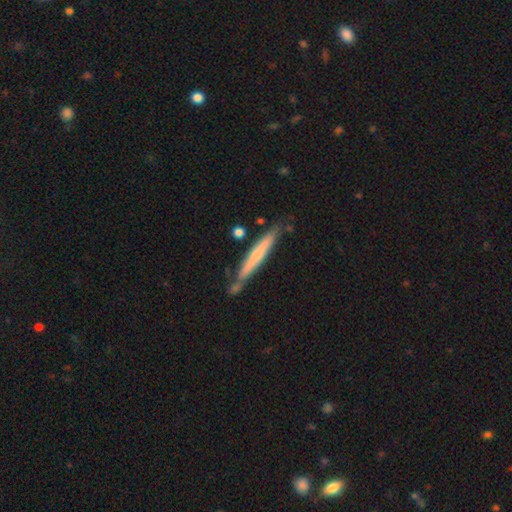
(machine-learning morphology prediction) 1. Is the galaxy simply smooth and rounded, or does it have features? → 56% smooth, 38% featured or disk, 5% star or artifact.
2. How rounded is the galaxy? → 96% cigar-shaped, 3% in between, 1% round.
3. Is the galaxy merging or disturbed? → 73% none, 16% minor disturbance, 7% merger, 3% major disturbance.